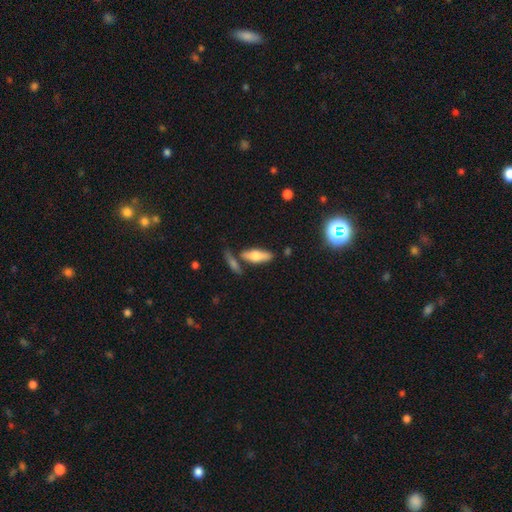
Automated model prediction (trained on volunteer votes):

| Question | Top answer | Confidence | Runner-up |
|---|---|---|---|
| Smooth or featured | smooth | 62% | featured or disk (31%) |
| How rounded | in between | 57% | cigar-shaped (40%) |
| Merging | none | 67% | minor disturbance (15%) |